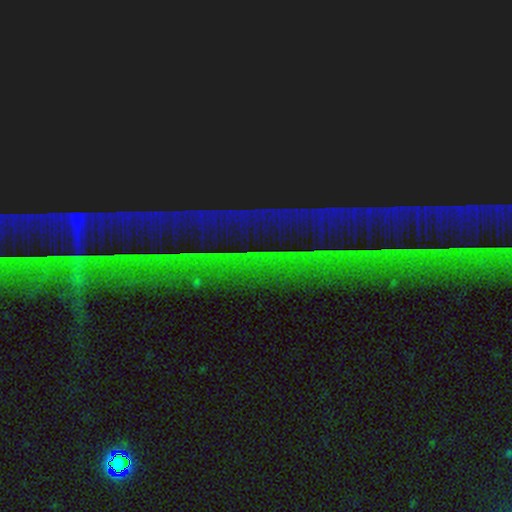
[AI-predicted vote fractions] A star or artifact, not a galaxy (89%).

Vote fractions:
- Smooth or featured? star or artifact: 89% / featured or disk: 6% / smooth: 5%